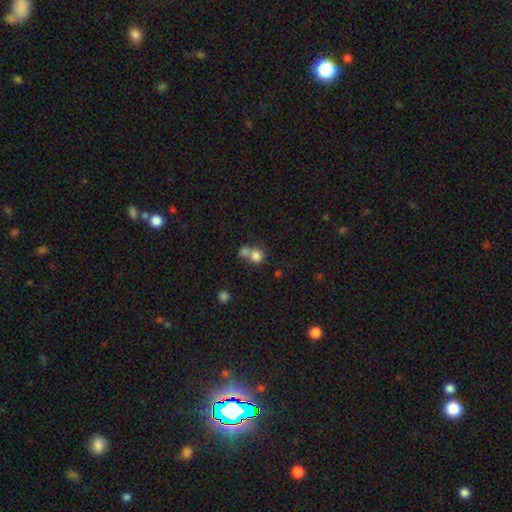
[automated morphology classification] Smooth or featured?
  - smooth: 78% *
  - featured or disk: 11%
  - star or artifact: 11%
How rounded?
  - round: 75% *
  - in between: 24%
  - cigar-shaped: 1%
Merging?
  - merger: 57% *
  - none: 31%
  - minor disturbance: 7%
  - major disturbance: 4%